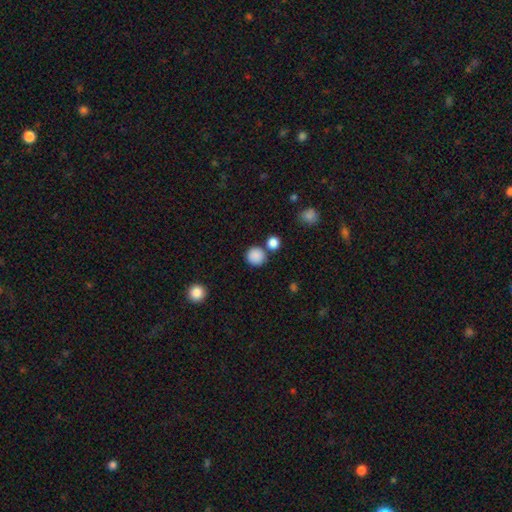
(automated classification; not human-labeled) Q: Smooth or featured?
A: smooth (87%); runner-up: star or artifact (10%)
Q: How rounded?
A: round (93%); runner-up: in between (6%)
Q: Merging?
A: none (78%); runner-up: merger (11%)